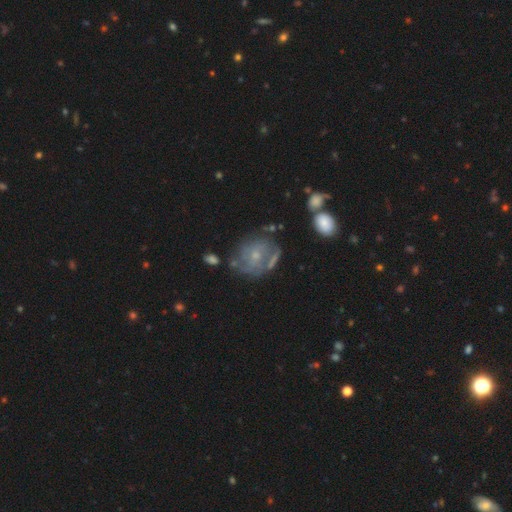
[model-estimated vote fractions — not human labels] Smooth or featured: featured or disk — 65% (smooth — 25%)
Edge-on disk: no — 97% (yes — 3%)
Bar: no — 75% (weak — 21%)
Spiral arms: yes — 58% (no — 42%)
Bulge size: small — 66% (moderate — 27%)
Merging: none — 53% (minor disturbance — 23%)